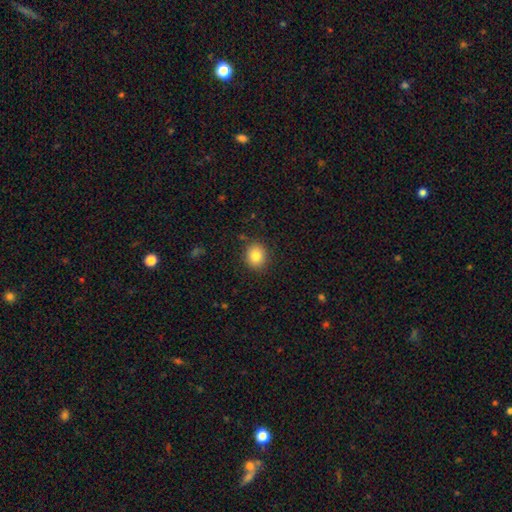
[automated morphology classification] This appears to be a smooth galaxy with no disk features (83%) that is round (80%). Merging: none (88%).